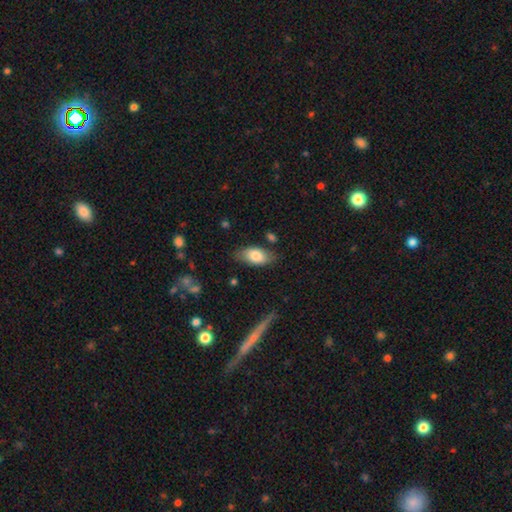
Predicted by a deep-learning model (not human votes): A smooth galaxy with no disk features (79%) that is in between round and cigar-shaped (92%). Merging: none (74%).